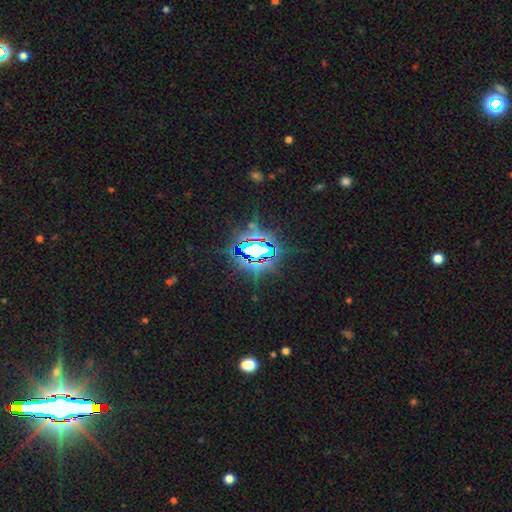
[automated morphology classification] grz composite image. It shows a star or artifact, not a galaxy (77%).